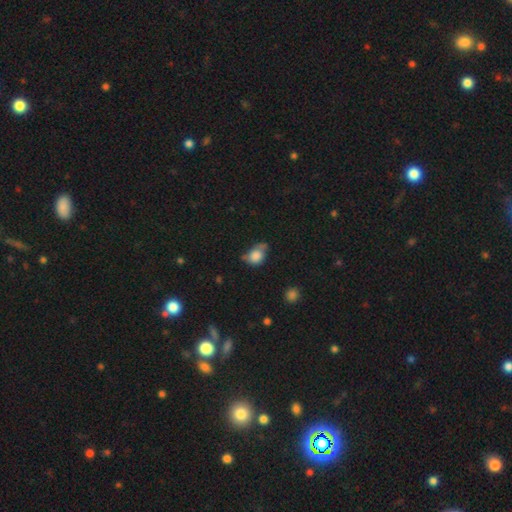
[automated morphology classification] A smooth galaxy with no disk features (78%) that is in between round and cigar-shaped (54%).

Vote fractions:
- Smooth or featured? smooth: 78% / featured or disk: 12% / star or artifact: 10%
- How rounded? in between: 54% / round: 45% / cigar-shaped: 2%
- Merging? minor disturbance: 39% / none: 36% / major disturbance: 15% / merger: 10%